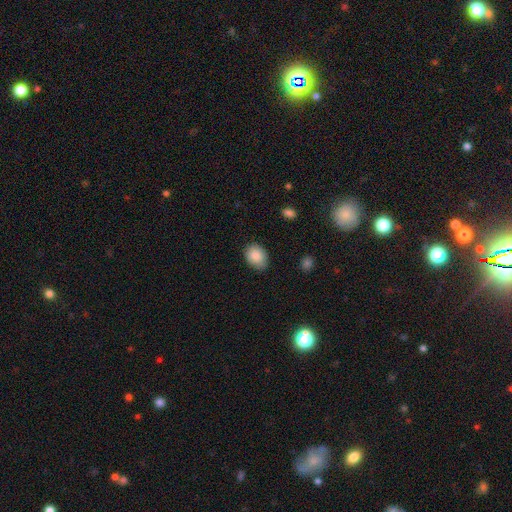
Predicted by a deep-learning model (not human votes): A smooth galaxy with no disk features (88%) that is in between round and cigar-shaped (70%). Merging: none (80%).